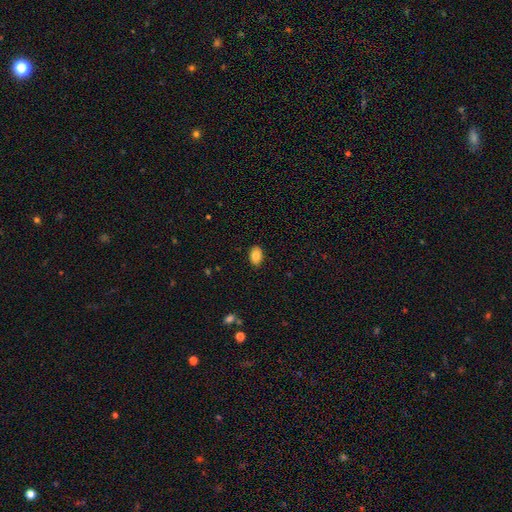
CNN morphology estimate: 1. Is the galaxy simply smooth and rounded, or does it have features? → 83% smooth, 9% featured or disk, 8% star or artifact.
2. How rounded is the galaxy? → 86% in between, 13% round, 1% cigar-shaped.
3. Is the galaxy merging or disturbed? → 88% none, 9% minor disturbance, 2% major disturbance, 1% merger.